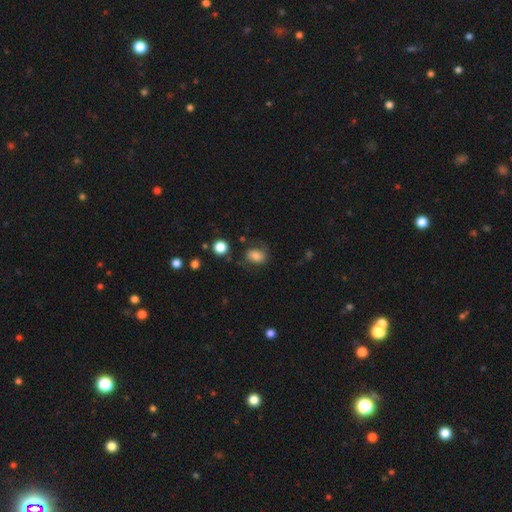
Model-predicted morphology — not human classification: smooth-or-featured: smooth: 75% | featured or disk: 15% | star or artifact: 11%
  how-rounded: in between: 67% | round: 32% | cigar-shaped: 1%
  merging: none: 62% | minor disturbance: 23% | major disturbance: 12% | merger: 3%